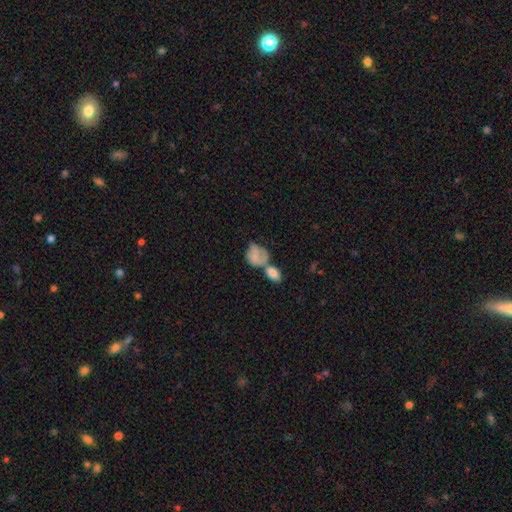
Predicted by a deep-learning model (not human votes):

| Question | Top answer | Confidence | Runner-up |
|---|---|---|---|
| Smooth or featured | smooth | 70% | featured or disk (22%) |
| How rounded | in between | 57% | round (42%) |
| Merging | merger | 47% | none (21%) |